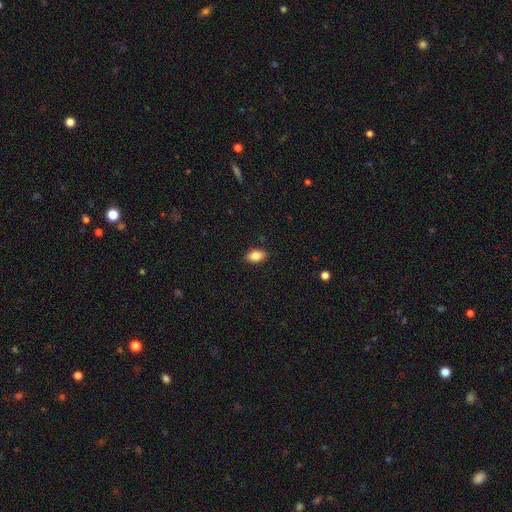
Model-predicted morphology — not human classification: A smooth galaxy with no disk features (83%) that is in between round and cigar-shaped (88%). Merging: none (87%).